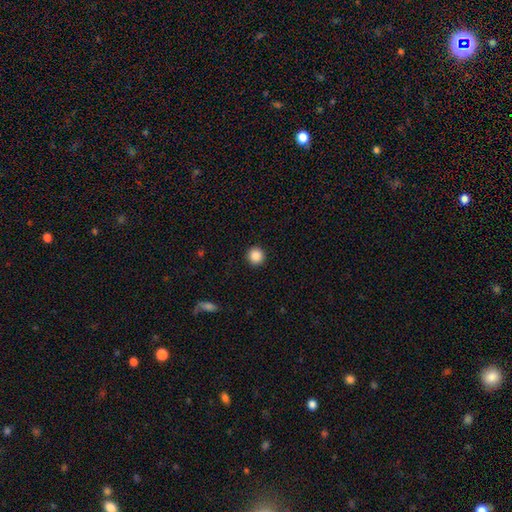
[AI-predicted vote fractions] Smooth or featured? smooth (88%)
How rounded? round (95%)
Merging? none (93%)